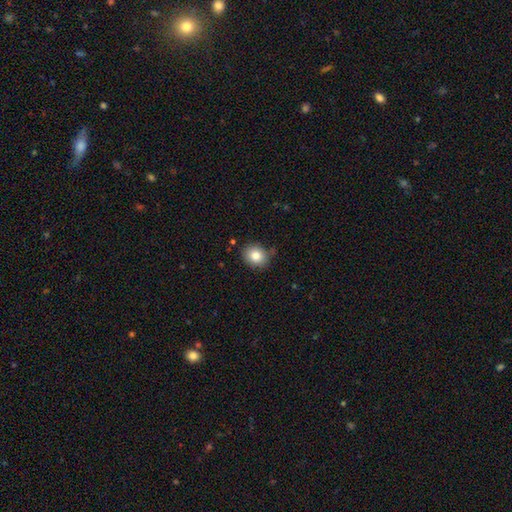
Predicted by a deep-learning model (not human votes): Overall: smooth (82%). How rounded: round (65%; in between 34%). Merging: none (82%).